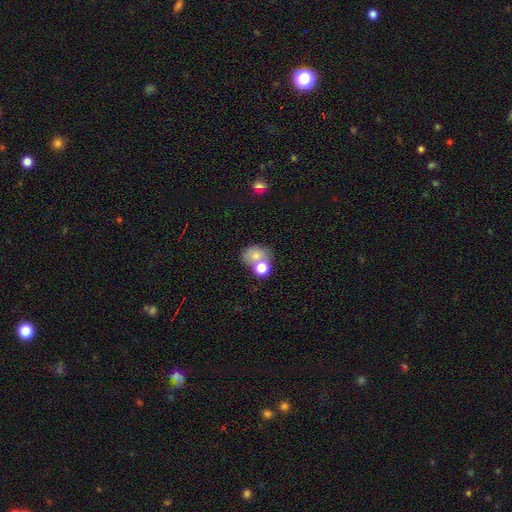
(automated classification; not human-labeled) Smooth or featured? Predicted: smooth (p=0.73). How rounded? Predicted: round (p=0.51). Merging? Predicted: merger (p=0.46).